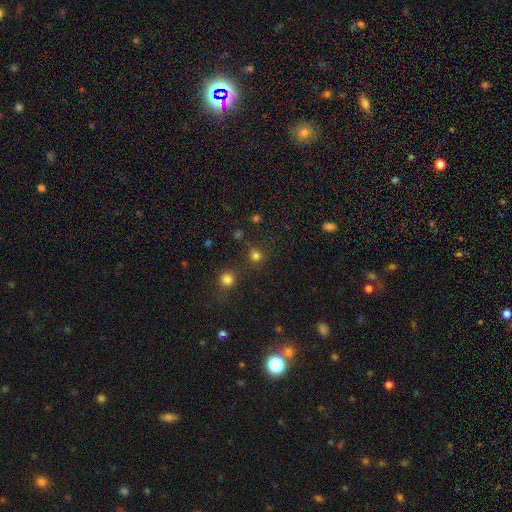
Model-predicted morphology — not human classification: Overall: smooth (77%). How rounded: round (92%). Merging: none (76%).